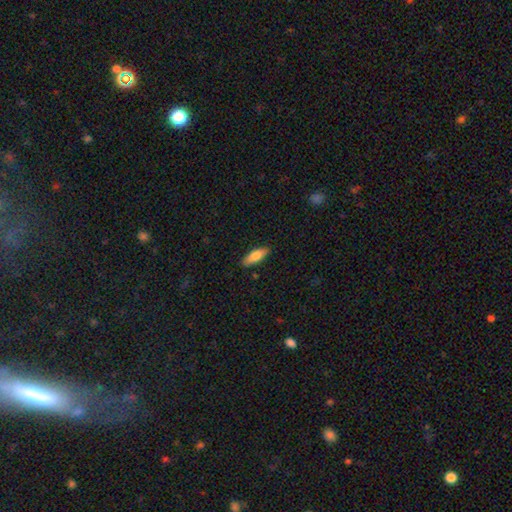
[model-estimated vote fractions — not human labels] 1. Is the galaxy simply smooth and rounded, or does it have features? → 76% smooth, 18% featured or disk, 6% star or artifact.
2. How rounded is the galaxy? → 56% in between, 42% cigar-shaped, 2% round.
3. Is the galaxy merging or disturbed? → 87% none, 9% minor disturbance, 2% major disturbance, 1% merger.